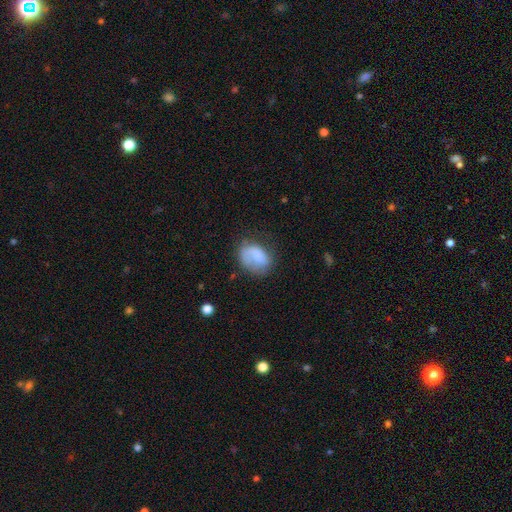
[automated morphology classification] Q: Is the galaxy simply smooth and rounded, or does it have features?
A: smooth — 68%.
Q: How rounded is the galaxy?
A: in between — 68%.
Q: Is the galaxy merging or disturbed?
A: none — 47%.